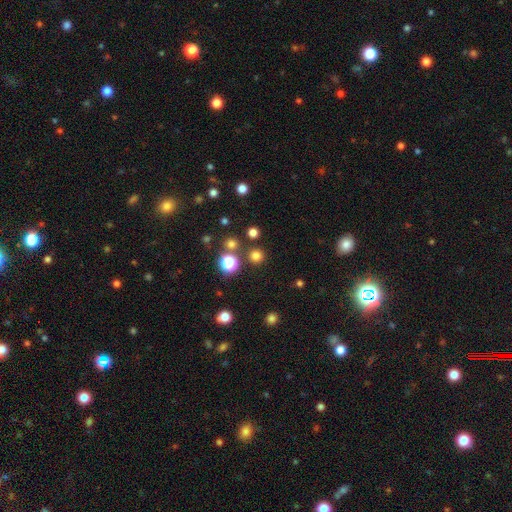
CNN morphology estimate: A smooth galaxy with no disk features (75%) that is round (94%). Merging: none (87%).